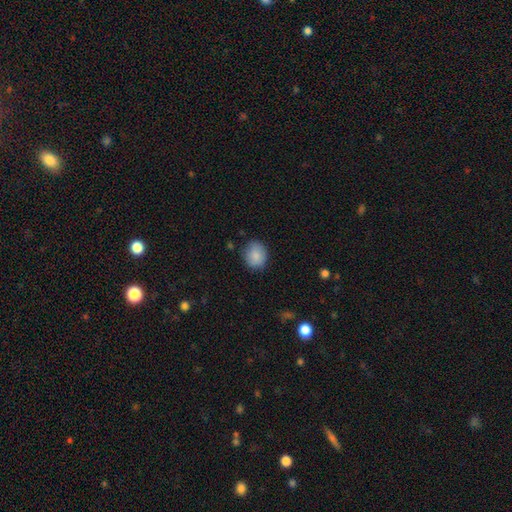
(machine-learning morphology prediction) type=smooth (86%); roundness=round (61%); merging=none (79%).